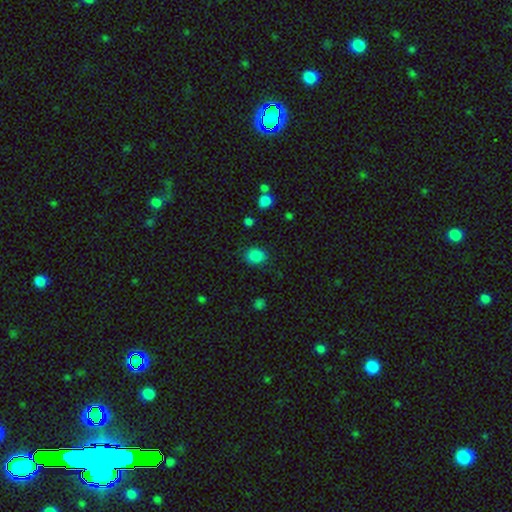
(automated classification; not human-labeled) smooth 86%, star or artifact 10%, featured or disk 4%. Down the decision tree: how rounded — in between (53%); merging — none (84%).